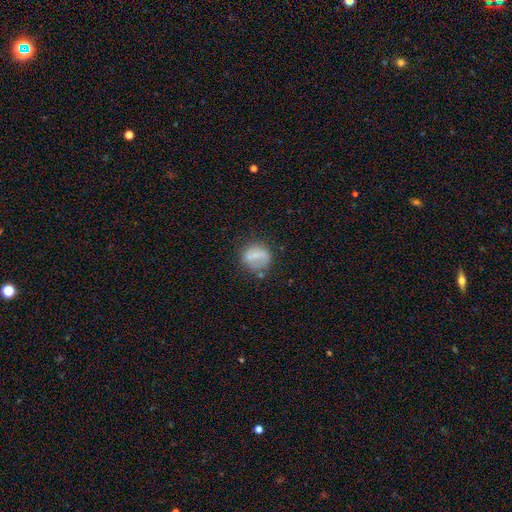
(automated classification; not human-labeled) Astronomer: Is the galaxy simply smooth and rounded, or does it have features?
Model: smooth — 62%.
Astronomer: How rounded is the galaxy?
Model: round — 68%.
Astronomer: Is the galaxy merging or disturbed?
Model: none — 55%.